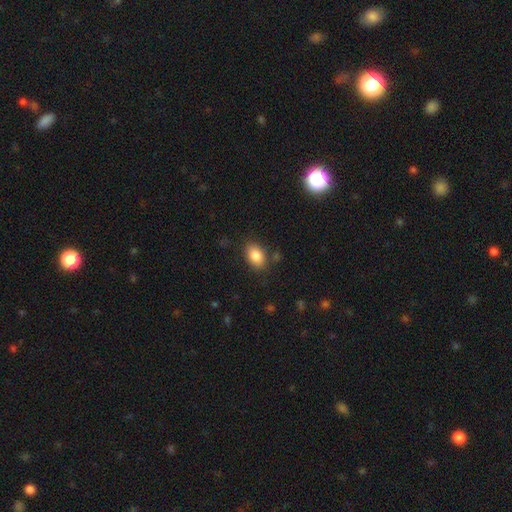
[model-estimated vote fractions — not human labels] Q: Smooth or featured?
A: smooth (86%); runner-up: star or artifact (8%)
Q: How rounded?
A: in between (86%); runner-up: round (13%)
Q: Merging?
A: none (81%); runner-up: minor disturbance (13%)